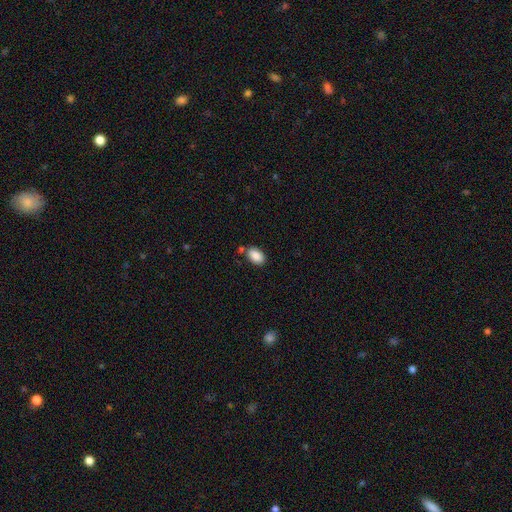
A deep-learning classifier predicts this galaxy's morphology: smooth-or-featured: smooth: 88% | star or artifact: 7% | featured or disk: 5%
  how-rounded: in between: 90% | round: 9% | cigar-shaped: 1%
  merging: none: 76% | minor disturbance: 13% | merger: 8% | major disturbance: 3%